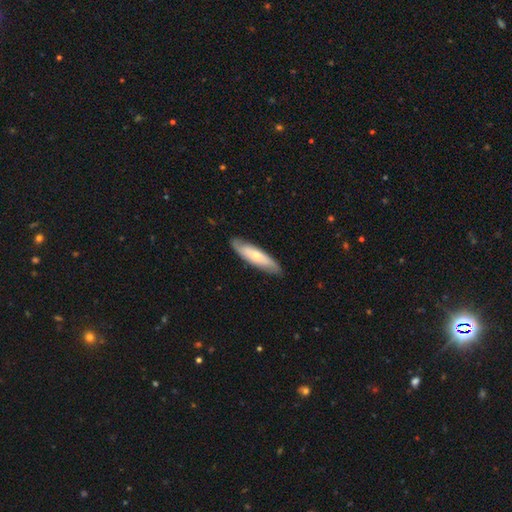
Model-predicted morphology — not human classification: Smooth or featured? smooth (50%)
Merging? none (83%)